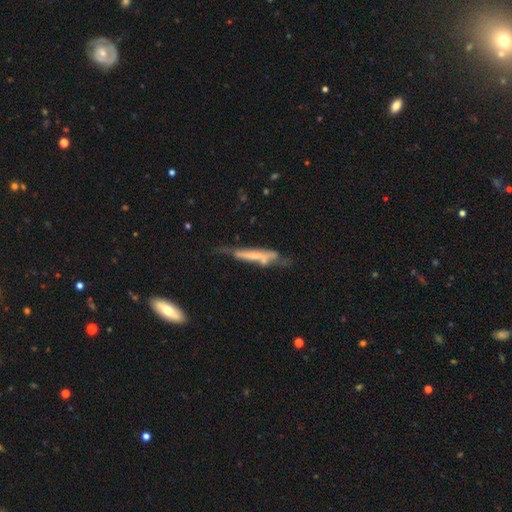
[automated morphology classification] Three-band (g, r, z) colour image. It shows a featured or disk galaxy (60%) viewed edge-on (67%). Merging: none (36%).